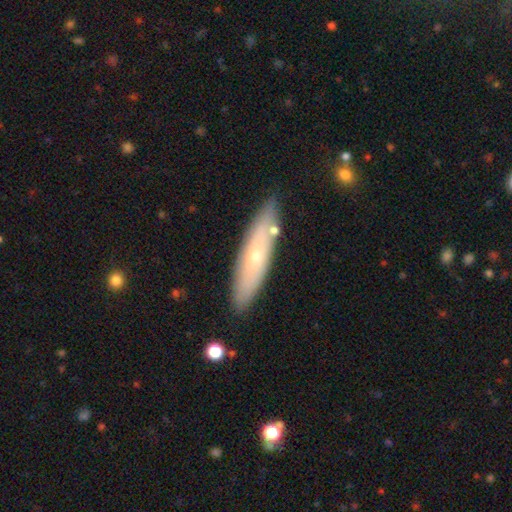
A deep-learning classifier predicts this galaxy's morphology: This appears to be a smooth galaxy with no disk features (48%). Merging: none (82%).